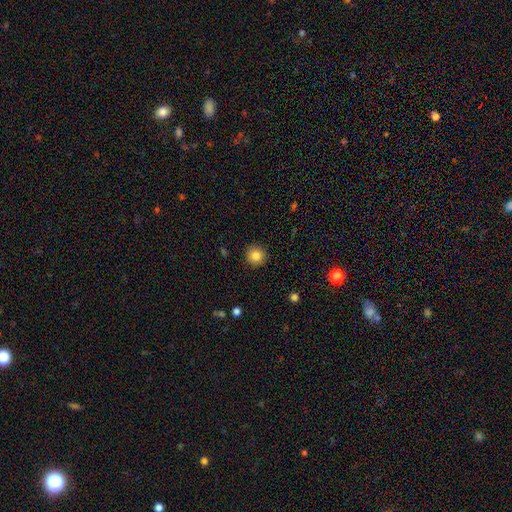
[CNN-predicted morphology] Smooth or featured: smooth — 84% (star or artifact — 10%)
How rounded: round — 93% (in between — 6%)
Merging: none — 91% (minor disturbance — 6%)